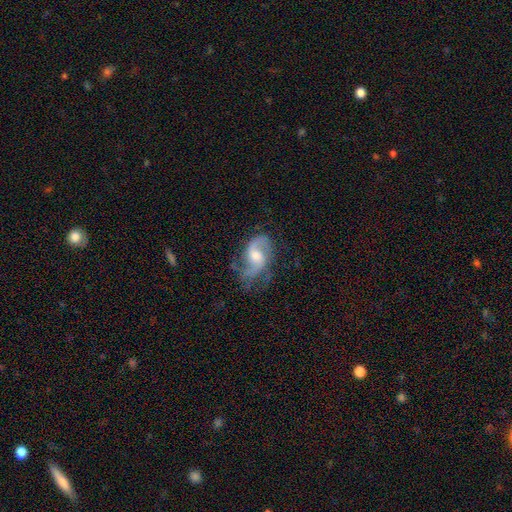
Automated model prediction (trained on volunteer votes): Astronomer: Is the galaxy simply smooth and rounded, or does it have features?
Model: featured or disk — 85%.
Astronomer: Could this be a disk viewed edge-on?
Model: no — 97%.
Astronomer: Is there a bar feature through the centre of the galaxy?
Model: no — 46% (runner-up: weak, 44%).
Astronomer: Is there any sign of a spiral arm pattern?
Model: yes — 96%.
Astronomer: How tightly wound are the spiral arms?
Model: medium — 45% (runner-up: loose, 42%).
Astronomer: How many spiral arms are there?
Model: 2 — 86%.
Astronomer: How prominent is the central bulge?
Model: moderate — 63%.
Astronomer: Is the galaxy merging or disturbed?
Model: none — 60%.